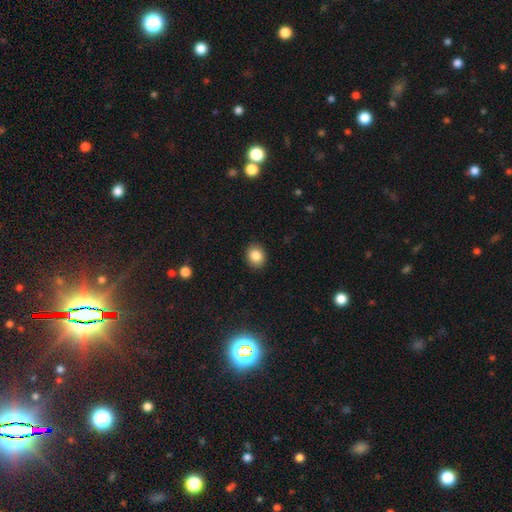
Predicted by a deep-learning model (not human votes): smooth_or_featured: smooth (p=0.86) [alt: star or artifact p=0.09]
how_rounded: round (p=0.60) [alt: in between p=0.39]
merging: none (p=0.90) [alt: minor disturbance p=0.07]